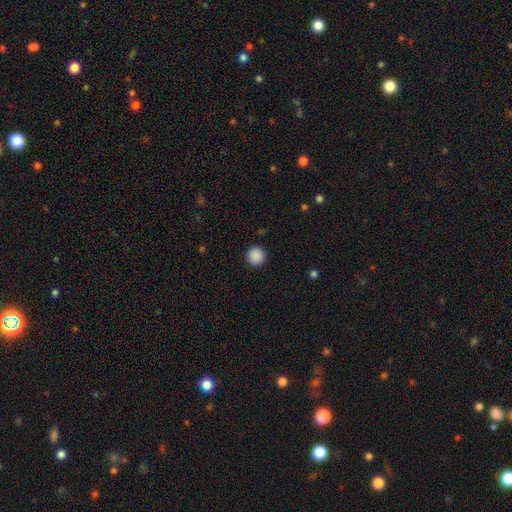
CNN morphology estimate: Smooth or featured?
  - smooth: 89% *
  - star or artifact: 9%
  - featured or disk: 2%
How rounded?
  - round: 96% *
  - in between: 3%
  - cigar-shaped: 1%
Merging?
  - none: 92% *
  - minor disturbance: 5%
  - major disturbance: 2%
  - merger: 1%